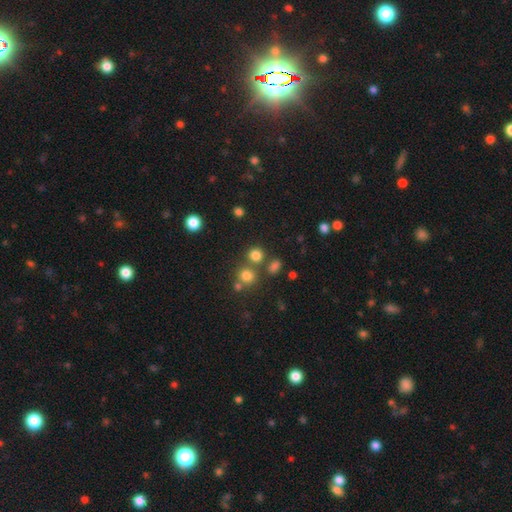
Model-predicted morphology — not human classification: The model was most divided on "merging": none: 71%, merger: 17%, minor disturbance: 8%, major disturbance: 4%. More confident: how rounded — round (87%); smooth or featured — smooth (78%).